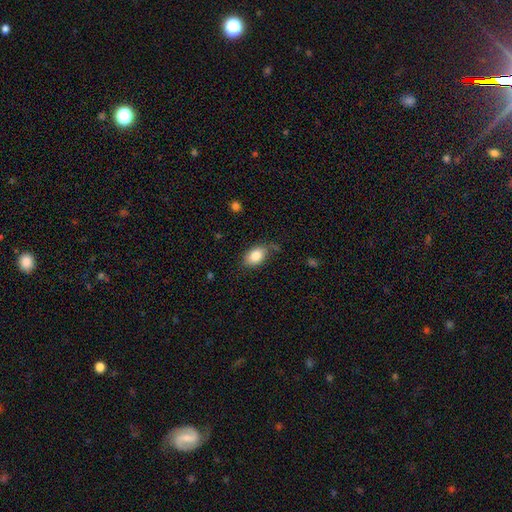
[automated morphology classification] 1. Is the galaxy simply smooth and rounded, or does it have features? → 83% smooth, 10% featured or disk, 7% star or artifact.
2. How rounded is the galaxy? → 87% in between, 11% round, 2% cigar-shaped.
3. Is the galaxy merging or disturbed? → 68% none, 23% minor disturbance, 6% major disturbance, 3% merger.